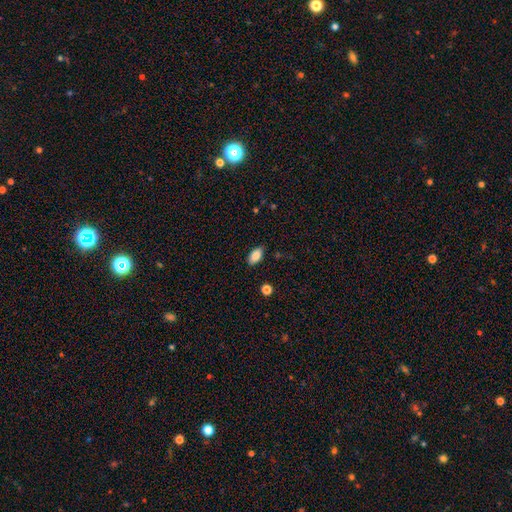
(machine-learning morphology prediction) A smooth galaxy with no disk features (85%) that is in between round and cigar-shaped (92%).

Vote fractions:
- Smooth or featured? smooth: 85% / star or artifact: 8% / featured or disk: 7%
- How rounded? in between: 92% / cigar-shaped: 4% / round: 4%
- Merging? none: 87% / minor disturbance: 10% / major disturbance: 2% / merger: 1%